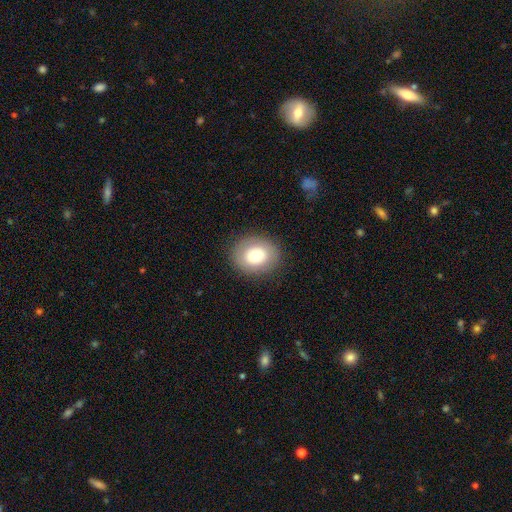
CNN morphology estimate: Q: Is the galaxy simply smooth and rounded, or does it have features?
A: smooth — 73%.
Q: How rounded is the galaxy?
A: round — 62%.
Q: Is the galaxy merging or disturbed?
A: none — 86%.